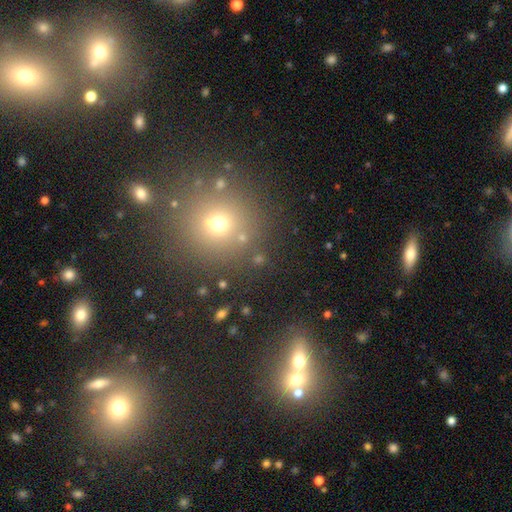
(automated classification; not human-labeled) A smooth galaxy with no disk features (57%) that is round (86%). Merging: none (74%).